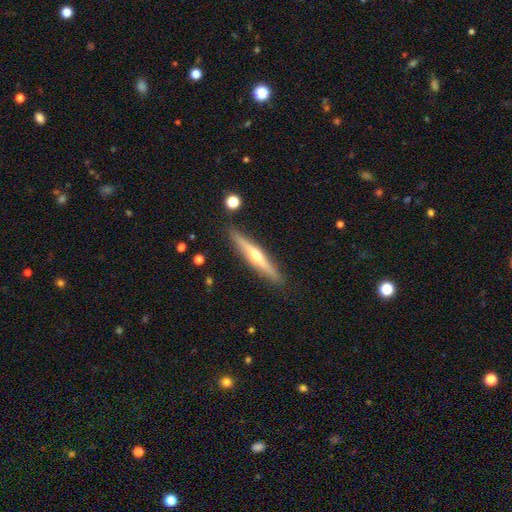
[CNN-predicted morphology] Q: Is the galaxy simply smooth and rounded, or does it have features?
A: featured or disk — 67%.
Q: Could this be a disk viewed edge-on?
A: yes — 97%.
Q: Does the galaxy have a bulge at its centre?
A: rounded — 86%.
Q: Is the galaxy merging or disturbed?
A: none — 90%.